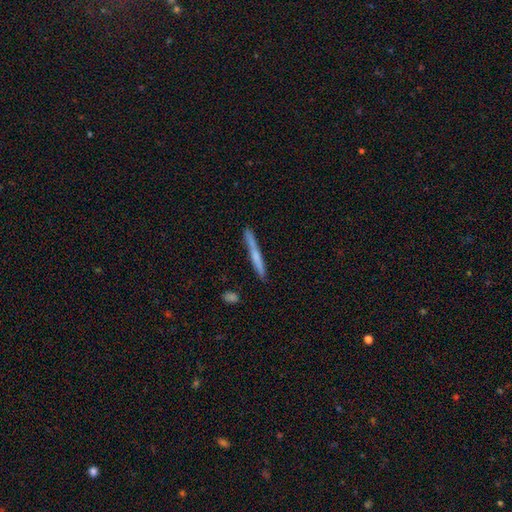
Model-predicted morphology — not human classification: This is possibly a smooth galaxy (48%). Merging: clearly none (85%).